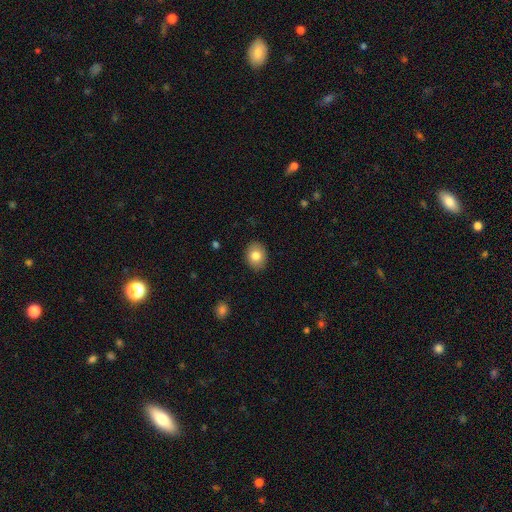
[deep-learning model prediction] Q: Smooth or featured?
A: smooth (81%); runner-up: featured or disk (11%)
Q: How rounded?
A: in between (54%); runner-up: round (46%)
Q: Merging?
A: none (89%); runner-up: minor disturbance (8%)